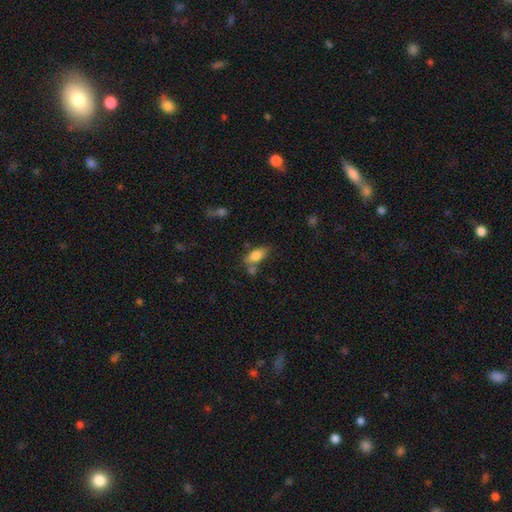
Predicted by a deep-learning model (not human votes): Overall: smooth (78%). How rounded: in between (84%). Merging: none (51%; minor disturbance 21%).